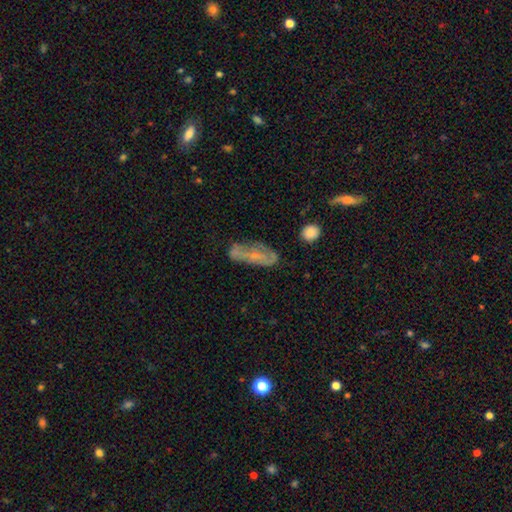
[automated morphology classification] This appears to be a featured or disk galaxy (52%). Merging: none (50%).